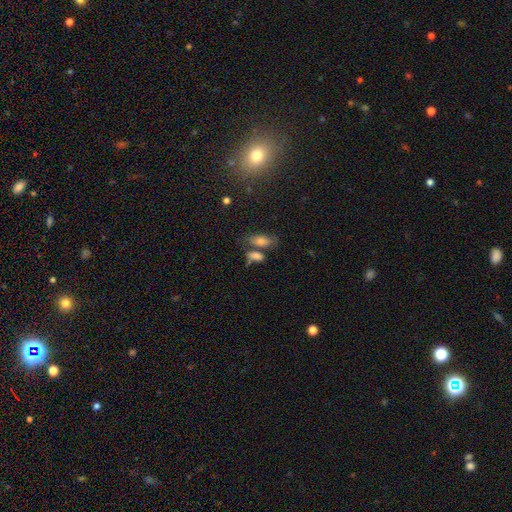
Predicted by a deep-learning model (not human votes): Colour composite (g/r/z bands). It shows a smooth galaxy with no disk features (74%) that is in between round and cigar-shaped (76%). Merging: none (41%).